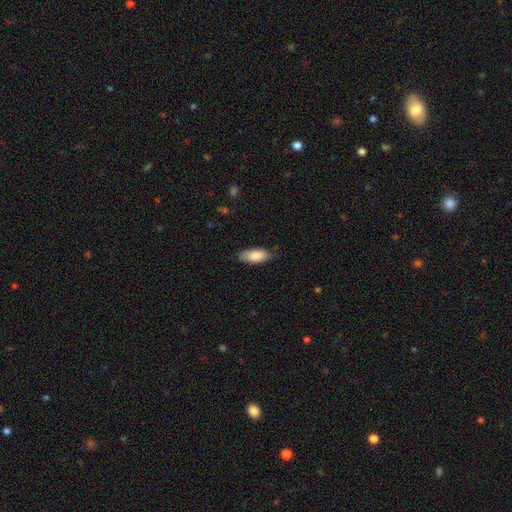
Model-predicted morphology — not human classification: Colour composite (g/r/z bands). It shows a smooth galaxy with no disk features (85%) that is in between round and cigar-shaped (85%). Merging: none (79%).